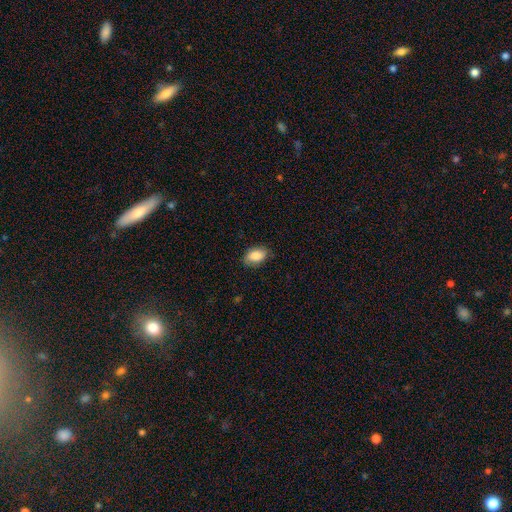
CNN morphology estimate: type=smooth (84%); roundness=in between (89%); merging=none (81%).